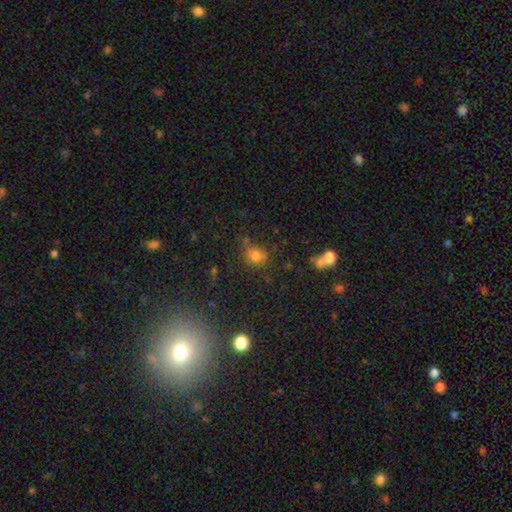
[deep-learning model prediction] Smooth or featured? smooth (71%)
How rounded? round (67%)
Merging? none (61%)